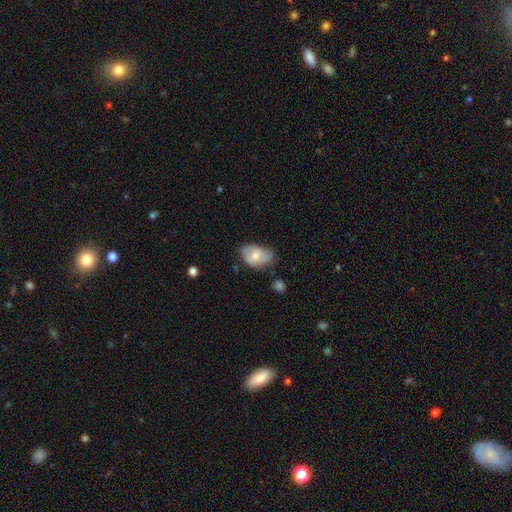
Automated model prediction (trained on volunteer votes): The model was most divided on "merging": none: 47%, minor disturbance: 39%, major disturbance: 11%, merger: 3%. More confident: how rounded — in between (87%); smooth or featured — smooth (63%).